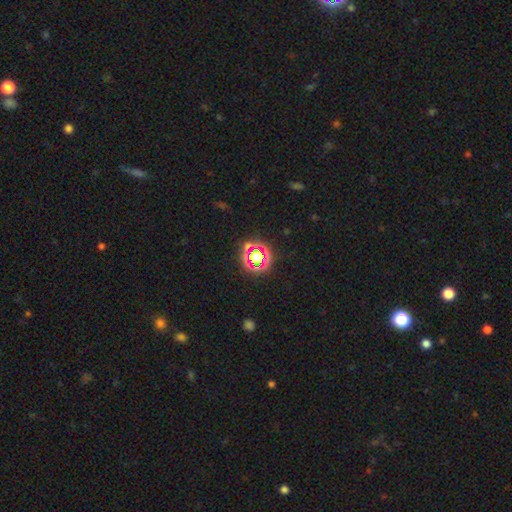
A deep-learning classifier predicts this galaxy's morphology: type=star or artifact (71%).